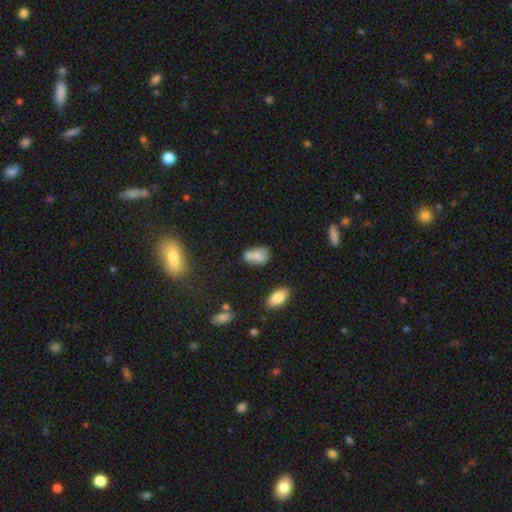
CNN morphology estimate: Smooth or featured?
  - smooth: 68% *
  - featured or disk: 19%
  - star or artifact: 12%
How rounded?
  - in between: 85% *
  - round: 11%
  - cigar-shaped: 3%
Merging?
  - none: 40% *
  - minor disturbance: 26%
  - merger: 23%
  - major disturbance: 12%